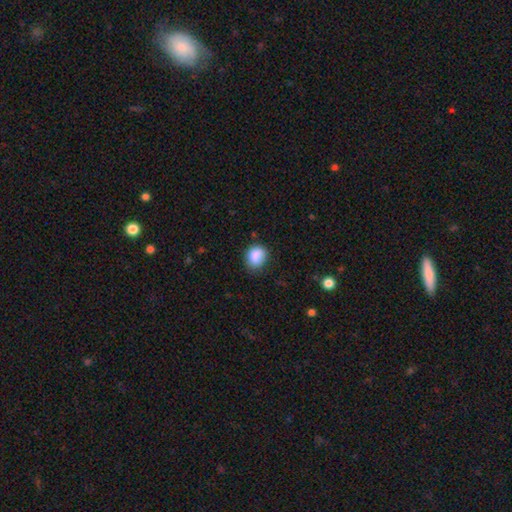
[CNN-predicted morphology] Overall: smooth (86%). How rounded: round (54%; in between 45%). Merging: none (75%).